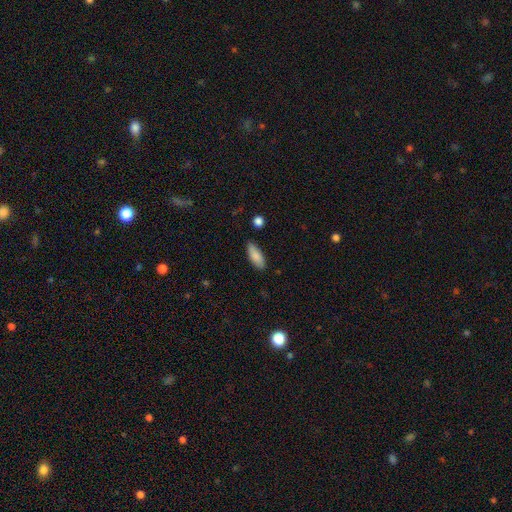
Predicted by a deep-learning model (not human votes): Smooth or featured? smooth (84%)
How rounded? in between (74%)
Merging? none (84%)